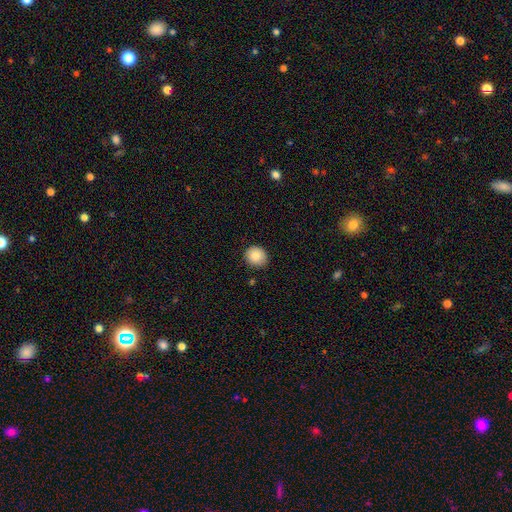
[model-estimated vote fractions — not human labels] smooth_or_featured: smooth (p=0.86) [alt: star or artifact p=0.09]
how_rounded: round (p=0.82) [alt: in between p=0.17]
merging: none (p=0.87) [alt: minor disturbance p=0.10]